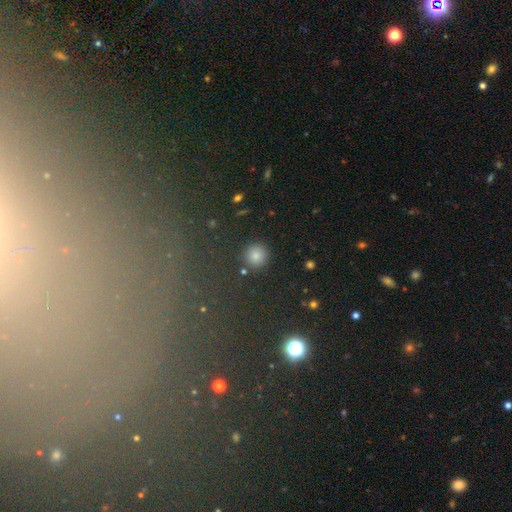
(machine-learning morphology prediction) type=smooth (80%); roundness=round (93%); merging=none (88%).